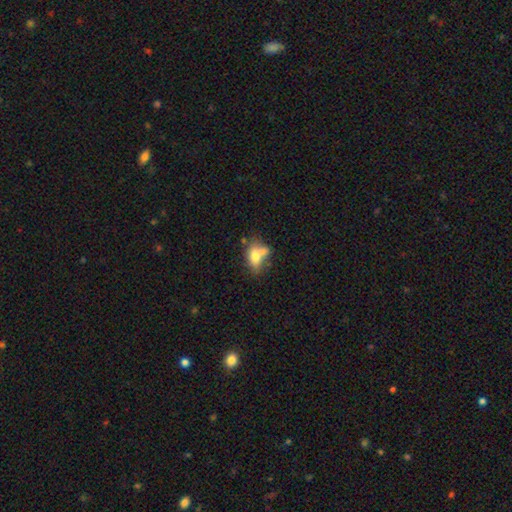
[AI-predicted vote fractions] Q: Smooth or featured?
A: smooth (70%); runner-up: featured or disk (21%)
Q: How rounded?
A: in between (80%); runner-up: round (15%)
Q: Merging?
A: merger (38%); runner-up: none (34%)